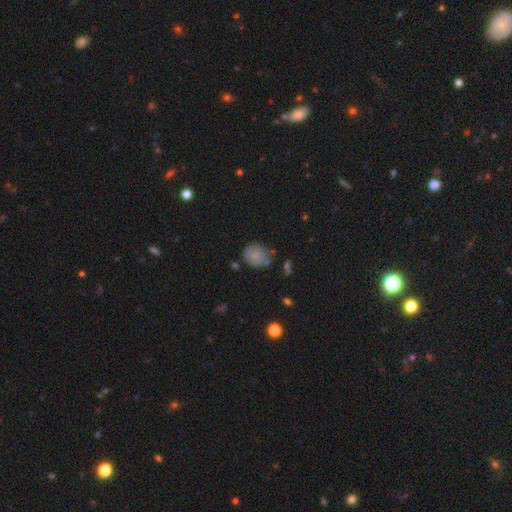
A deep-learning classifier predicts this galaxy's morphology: Smooth or featured?
  - smooth: 78% *
  - featured or disk: 12%
  - star or artifact: 10%
How rounded?
  - round: 68% *
  - in between: 30%
  - cigar-shaped: 1%
Merging?
  - none: 59% *
  - minor disturbance: 26%
  - major disturbance: 8%
  - merger: 7%